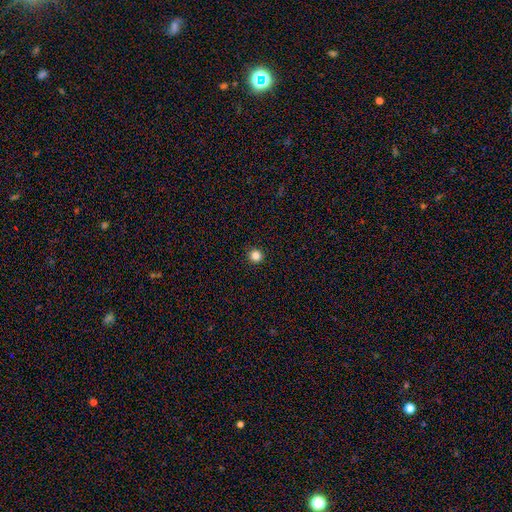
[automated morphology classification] Smooth or featured: smooth — 84% (star or artifact — 12%)
How rounded: round — 95% (in between — 4%)
Merging: none — 93% (minor disturbance — 4%)